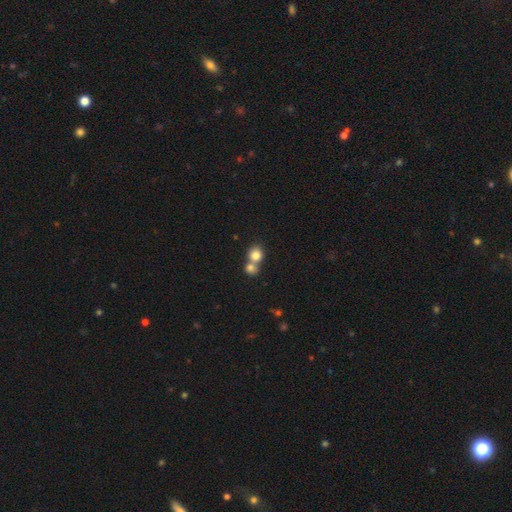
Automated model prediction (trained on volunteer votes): Q: Smooth or featured?
A: smooth (81%); runner-up: star or artifact (10%)
Q: How rounded?
A: round (80%); runner-up: in between (19%)
Q: Merging?
A: merger (54%); runner-up: none (38%)